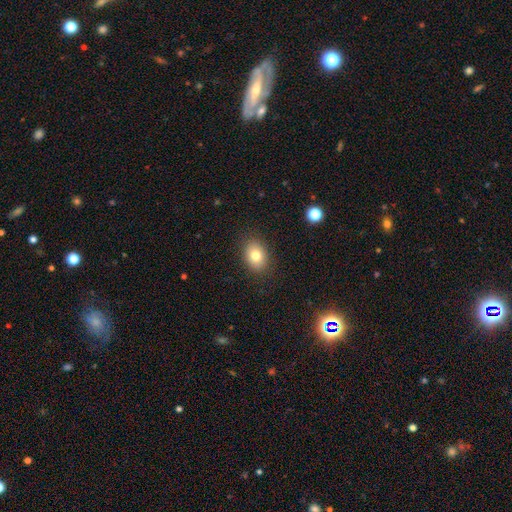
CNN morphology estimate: This appears to be a smooth galaxy with no disk features (80%) that is in between round and cigar-shaped (66%). Merging: none (88%).